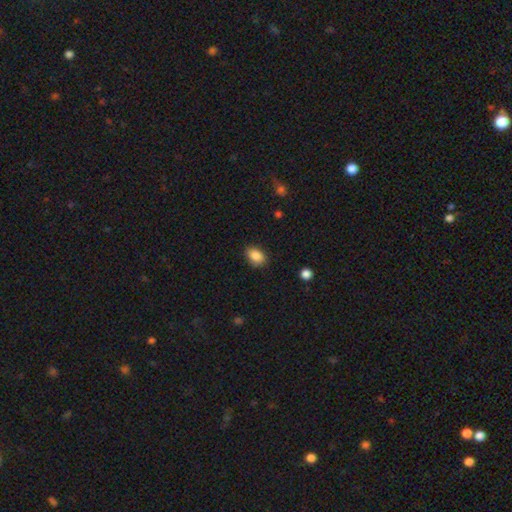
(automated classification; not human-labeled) Smooth or featured?
  - smooth: 87% *
  - star or artifact: 8%
  - featured or disk: 4%
How rounded?
  - in between: 79% *
  - round: 20%
  - cigar-shaped: 1%
Merging?
  - none: 83% *
  - minor disturbance: 13%
  - major disturbance: 3%
  - merger: 1%